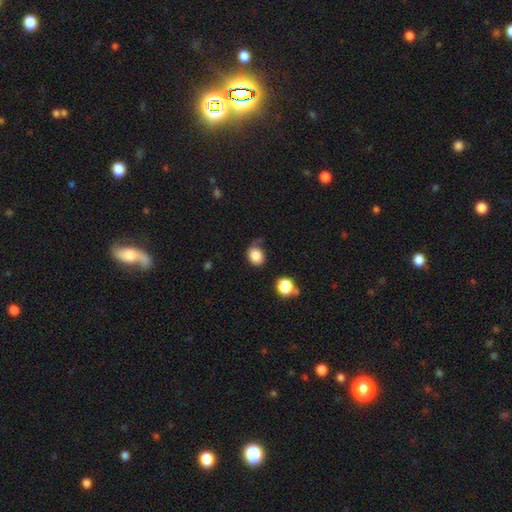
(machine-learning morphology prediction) Q: Smooth or featured?
A: smooth (84%); runner-up: star or artifact (9%)
Q: How rounded?
A: round (63%); runner-up: in between (36%)
Q: Merging?
A: none (54%); runner-up: minor disturbance (28%)